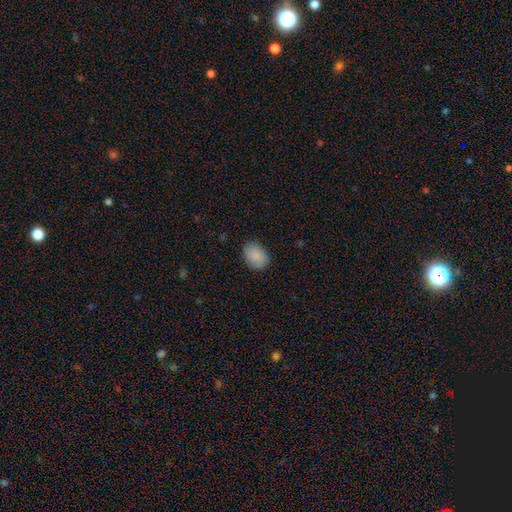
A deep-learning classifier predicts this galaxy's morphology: This appears to be a smooth galaxy with no disk features (89%) that is in between round and cigar-shaped (76%). Merging: none (85%).